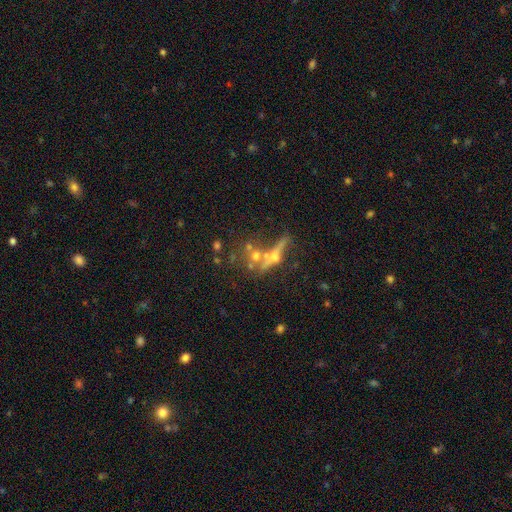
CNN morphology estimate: Q: Smooth or featured?
A: featured or disk (49%); runner-up: smooth (31%)
Q: Merging?
A: merger (38%); runner-up: none (36%)